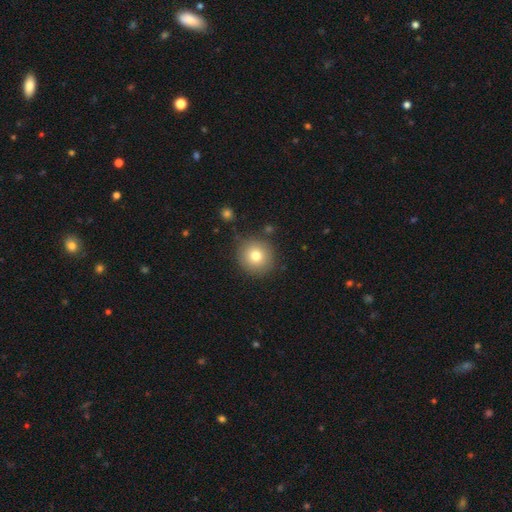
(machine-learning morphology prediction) Smooth or featured?
  - smooth: 76% *
  - featured or disk: 12%
  - star or artifact: 12%
How rounded?
  - round: 93% *
  - in between: 6%
  - cigar-shaped: 1%
Merging?
  - none: 85% *
  - minor disturbance: 9%
  - major disturbance: 3%
  - merger: 2%